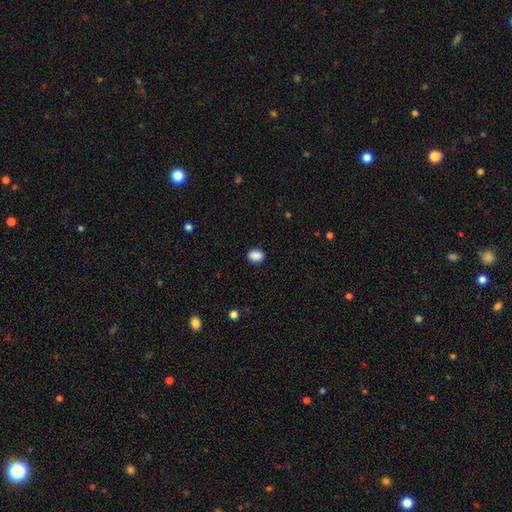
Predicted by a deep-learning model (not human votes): Overall: smooth (89%). How rounded: in between (65%; round 34%). Merging: none (89%).